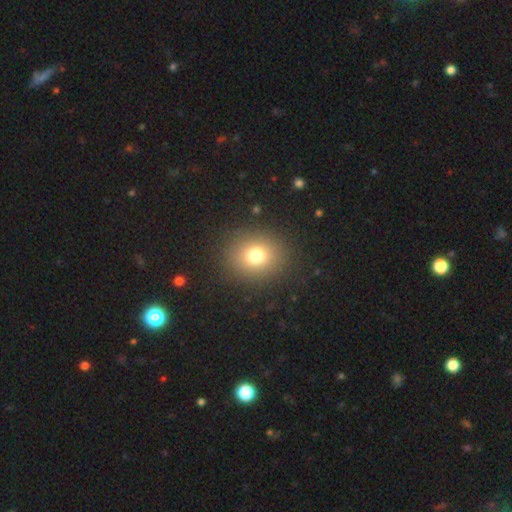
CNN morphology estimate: This is likely a smooth galaxy (76%). How rounded: likely round (77%). Merging: clearly none (88%).